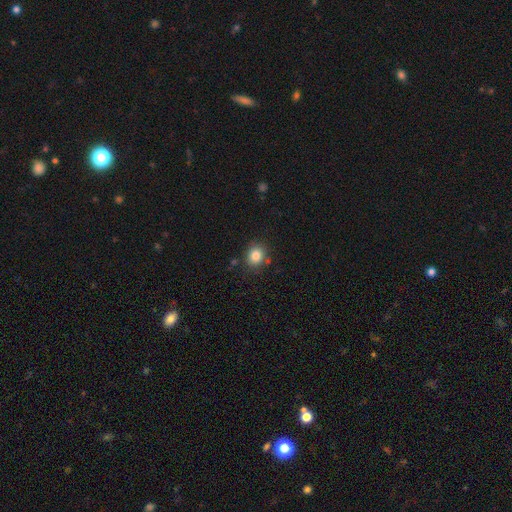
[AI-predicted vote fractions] Smooth or featured: smooth — 83% (star or artifact — 11%)
How rounded: round — 73% (in between — 26%)
Merging: none — 82% (minor disturbance — 11%)